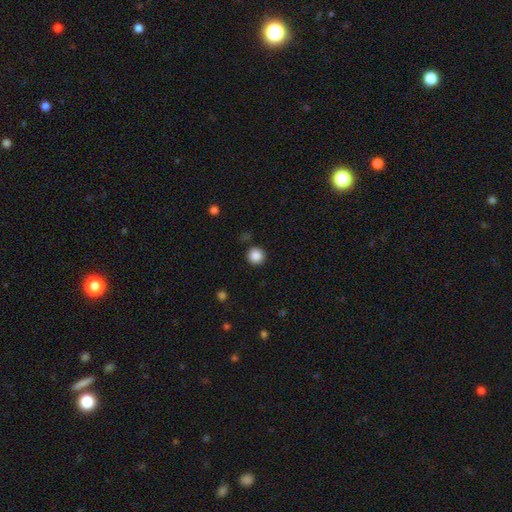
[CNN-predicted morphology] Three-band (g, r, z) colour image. It shows a smooth galaxy with no disk features (87%) that is round (95%). Merging: none (89%).